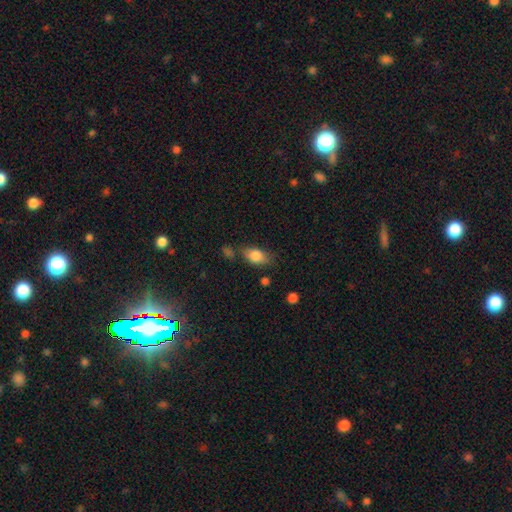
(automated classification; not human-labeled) Smooth or featured: smooth — 82% (featured or disk — 10%)
How rounded: in between — 85% (round — 11%)
Merging: none — 65% (minor disturbance — 21%)